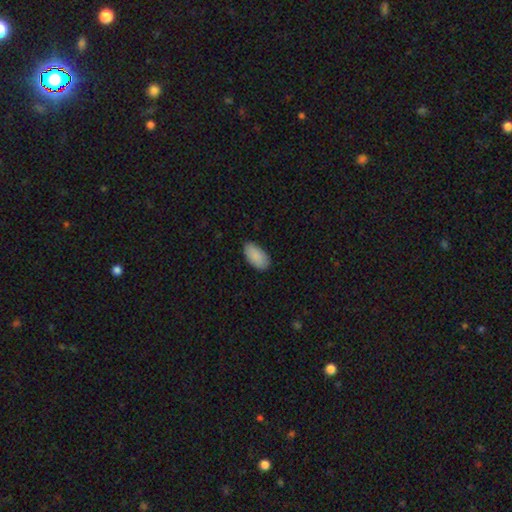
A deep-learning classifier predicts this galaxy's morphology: This appears to be a smooth galaxy with no disk features (89%) that is in between round and cigar-shaped (95%). Merging: none (86%).